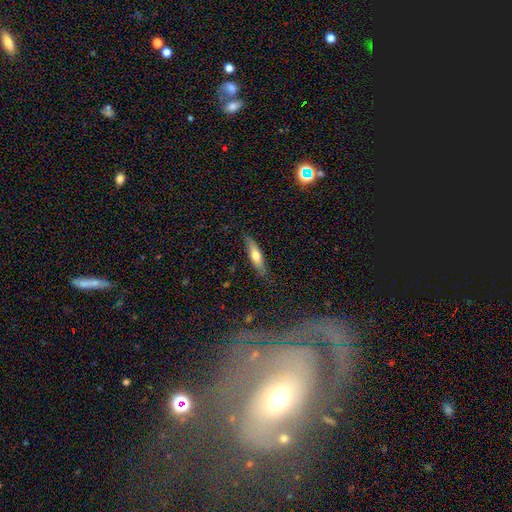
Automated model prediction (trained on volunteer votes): This appears to be a smooth galaxy with no disk features (57%) that is cigar-shaped (73%). Merging: none (86%).